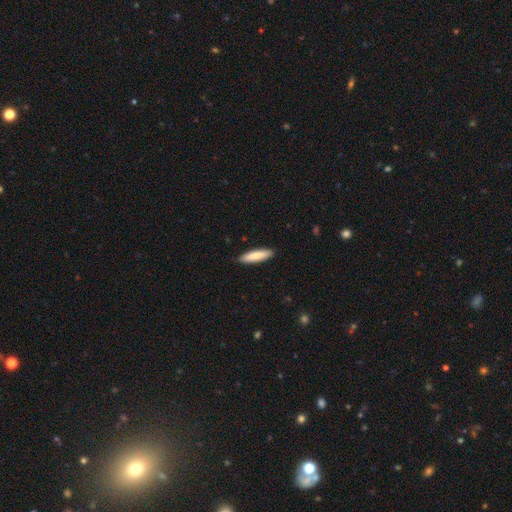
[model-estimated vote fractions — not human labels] Smooth or featured?
  - smooth: 82% *
  - featured or disk: 13%
  - star or artifact: 5%
How rounded?
  - cigar-shaped: 73% *
  - in between: 26%
  - round: 1%
Merging?
  - none: 90% *
  - minor disturbance: 8%
  - major disturbance: 1%
  - merger: 1%